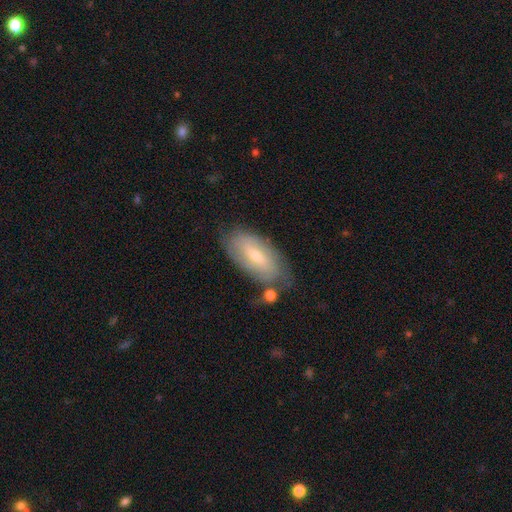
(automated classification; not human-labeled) featured or disk 48%, smooth 45%, star or artifact 7%. Down the decision tree: merging — none (65%).